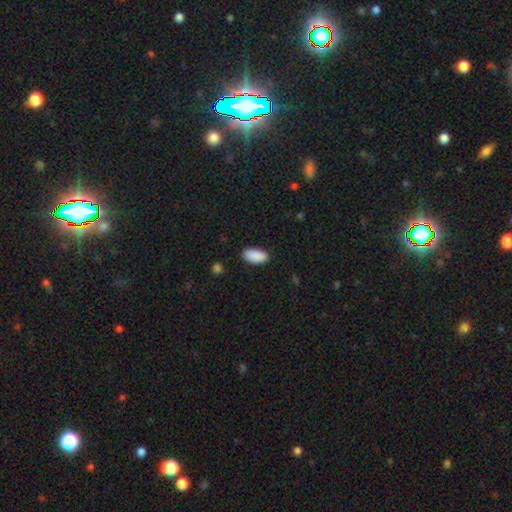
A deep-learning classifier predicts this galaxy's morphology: The model was most divided on "merging": none: 88%, minor disturbance: 9%, major disturbance: 2%, merger: 1%. More confident: how rounded — in between (94%); smooth or featured — smooth (91%).